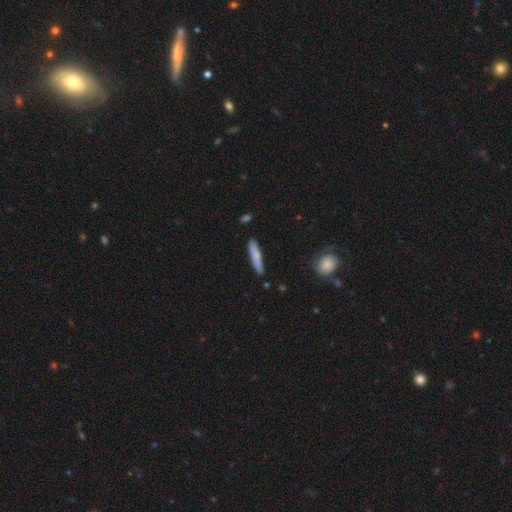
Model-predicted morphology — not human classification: The model was most divided on "smooth or featured": smooth: 72%, featured or disk: 22%, star or artifact: 6%. More confident: how rounded — cigar-shaped (87%); merging — none (85%).